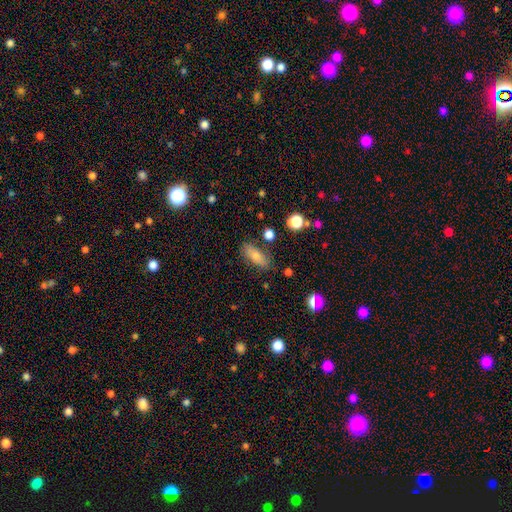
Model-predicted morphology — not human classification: smooth 70%, featured or disk 19%, star or artifact 11%. Down the decision tree: how rounded — in between (68%); merging — none (81%).